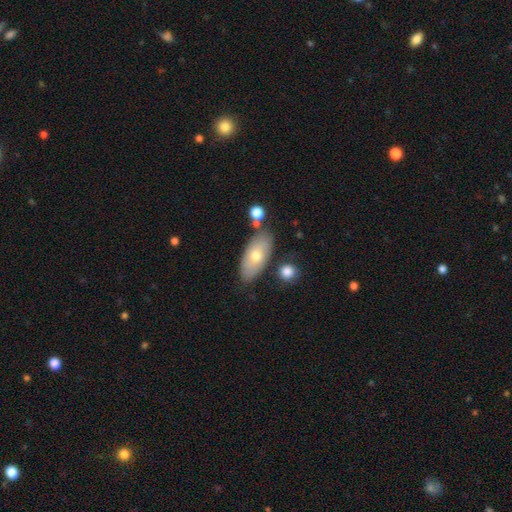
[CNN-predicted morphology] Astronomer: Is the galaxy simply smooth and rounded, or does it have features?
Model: smooth — 64%.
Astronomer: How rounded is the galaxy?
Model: in between — 88%.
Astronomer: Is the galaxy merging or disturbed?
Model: none — 76%.